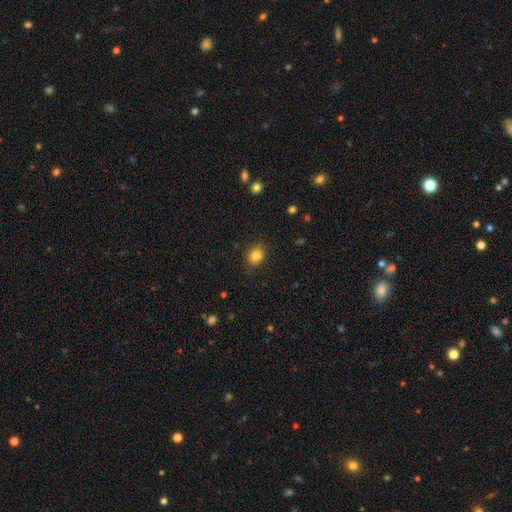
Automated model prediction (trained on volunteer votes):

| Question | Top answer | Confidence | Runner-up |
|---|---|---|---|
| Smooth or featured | smooth | 83% | star or artifact (11%) |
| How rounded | round | 58% | in between (41%) |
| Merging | none | 85% | minor disturbance (11%) |